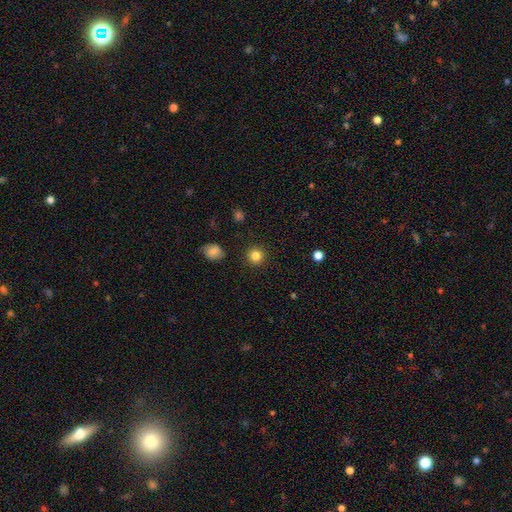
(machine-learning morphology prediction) Overall: smooth (84%). How rounded: round (94%). Merging: none (91%).